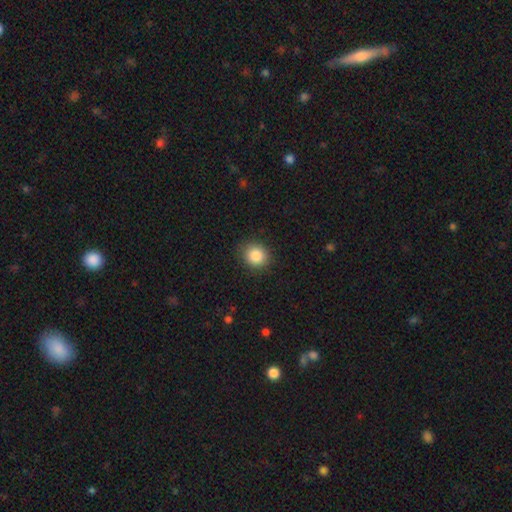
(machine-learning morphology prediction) smooth_or_featured: smooth (p=0.86) [alt: star or artifact p=0.09]
how_rounded: round (p=0.78) [alt: in between p=0.21]
merging: none (p=0.88) [alt: minor disturbance p=0.08]